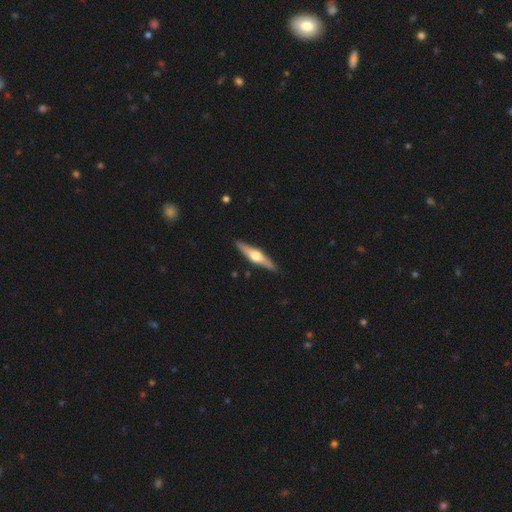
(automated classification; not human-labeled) Q: Smooth or featured?
A: featured or disk (65%); runner-up: smooth (30%)
Q: Edge-on disk?
A: yes (96%); runner-up: no (4%)
Q: Edge-on bulge?
A: rounded (95%); runner-up: boxy (3%)
Q: Merging?
A: none (91%); runner-up: minor disturbance (7%)